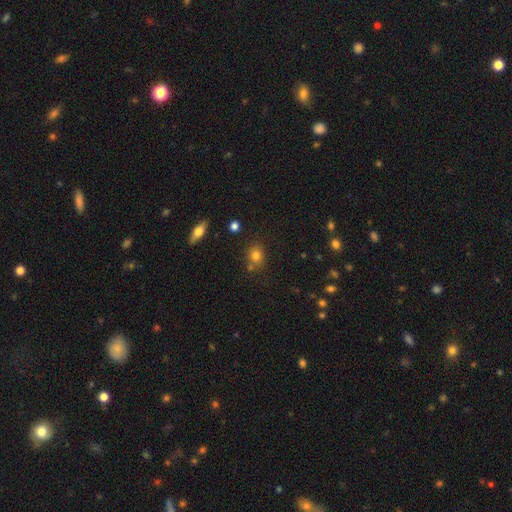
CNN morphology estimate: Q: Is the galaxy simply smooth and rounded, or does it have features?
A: smooth — 77%.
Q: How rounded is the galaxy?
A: round — 59%.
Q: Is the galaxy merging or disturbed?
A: none — 71%.